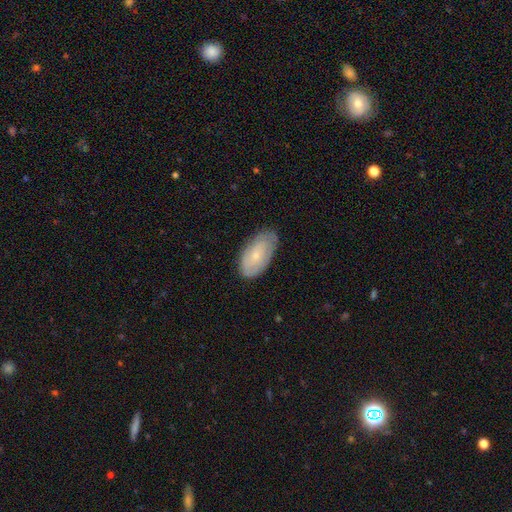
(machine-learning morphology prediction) Smooth or featured? Predicted: smooth (p=0.59). How rounded? Predicted: in between (p=0.93). Merging? Predicted: none (p=0.74).